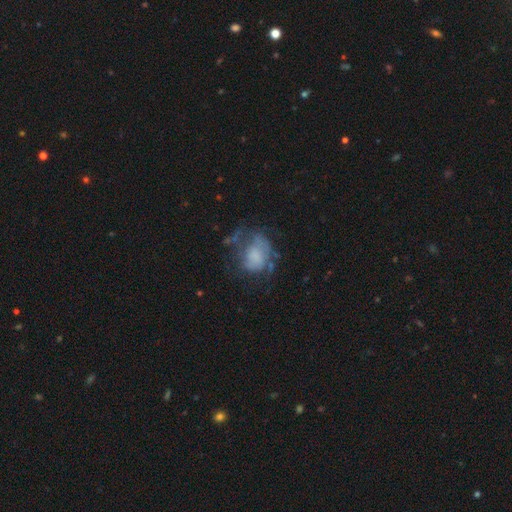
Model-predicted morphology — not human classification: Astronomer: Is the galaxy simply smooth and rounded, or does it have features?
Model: featured or disk — 45% (runner-up: smooth, 43%).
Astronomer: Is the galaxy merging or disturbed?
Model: none — 36% (runner-up: major disturbance, 34%).